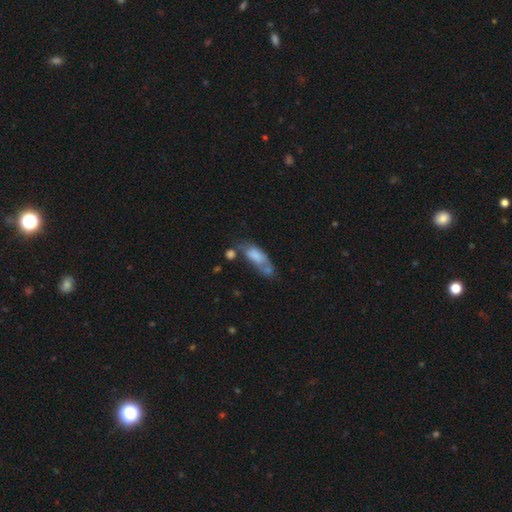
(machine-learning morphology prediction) Smooth or featured: smooth — 66% (featured or disk — 26%)
How rounded: in between — 72% (cigar-shaped — 25%)
Merging: merger — 30% (none — 27%)